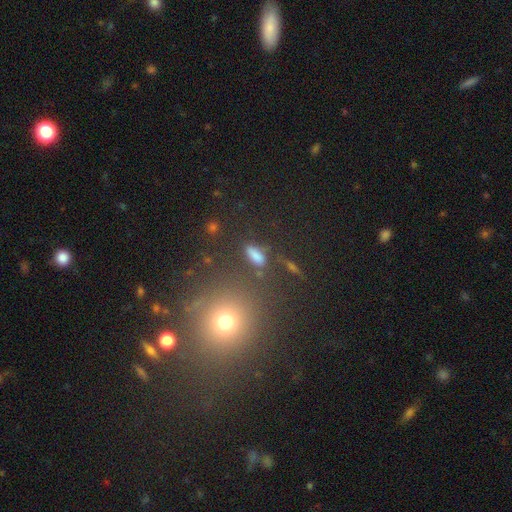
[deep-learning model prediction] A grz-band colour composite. It shows a smooth galaxy with no disk features (64%) that is in between round and cigar-shaped (52%). Merging: none (75%).